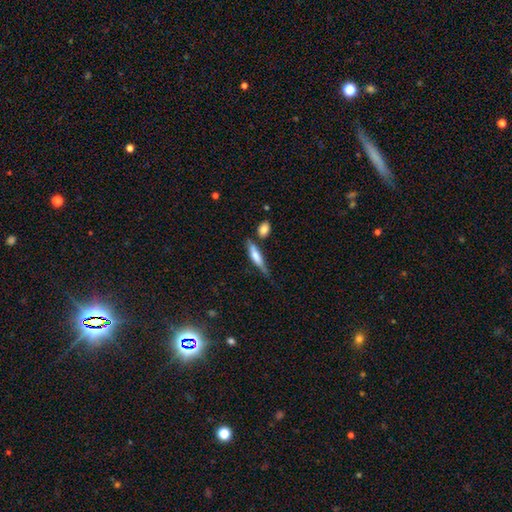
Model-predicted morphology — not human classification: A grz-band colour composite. It shows a smooth galaxy with no disk features (56%) that is cigar-shaped (76%). Merging: none (58%).